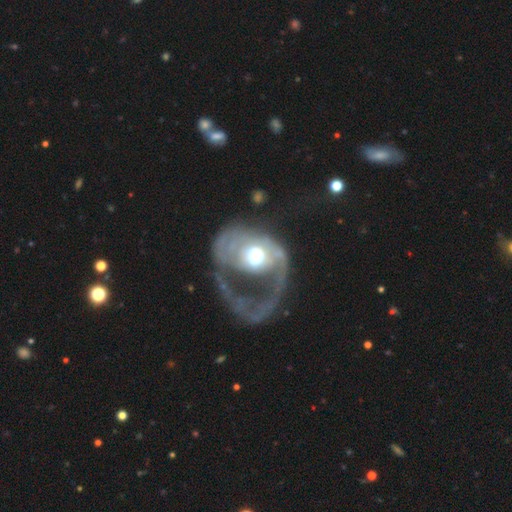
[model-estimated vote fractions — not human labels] Smooth or featured?
  - featured or disk: 71% *
  - smooth: 22%
  - star or artifact: 6%
Edge-on disk?
  - no: 96% *
  - yes: 4%
Bar?
  - no: 69% *
  - weak: 23%
  - strong: 8%
Spiral arms?
  - yes: 68% *
  - no: 32%
Bulge size?
  - moderate: 61% *
  - large: 28%
  - small: 6%
  - dominant: 4%
  - none: 1%
Merging?
  - major disturbance: 69% *
  - none: 16%
  - minor disturbance: 10%
  - merger: 6%